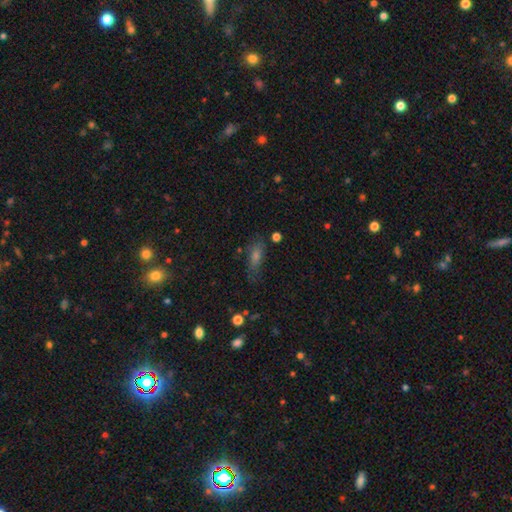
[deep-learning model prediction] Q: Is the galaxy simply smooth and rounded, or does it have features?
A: smooth — 47%.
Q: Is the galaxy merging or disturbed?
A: none — 71%.